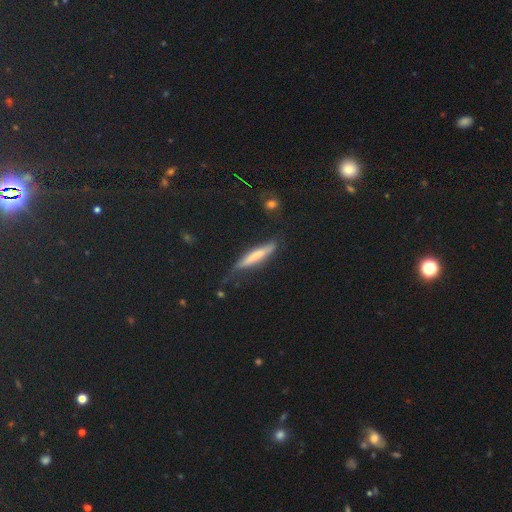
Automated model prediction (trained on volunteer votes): smooth_or_featured: smooth (p=0.59) [alt: featured or disk p=0.33]
how_rounded: cigar-shaped (p=0.90) [alt: in between p=0.09]
merging: none (p=0.63) [alt: minor disturbance p=0.26]